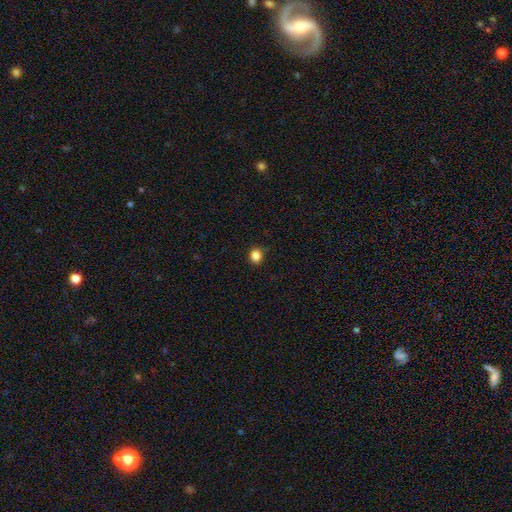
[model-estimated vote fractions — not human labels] A smooth galaxy with no disk features (85%) that is round (73%). Merging: none (85%).